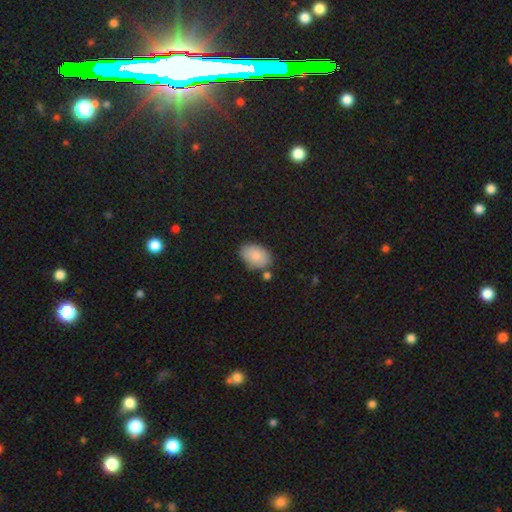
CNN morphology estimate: A smooth galaxy with no disk features (85%) that is in between round and cigar-shaped (89%).

Vote fractions:
- Smooth or featured? smooth: 85% / featured or disk: 8% / star or artifact: 7%
- How rounded? in between: 89% / round: 10% / cigar-shaped: 1%
- Merging? none: 72% / minor disturbance: 17% / merger: 7% / major disturbance: 4%